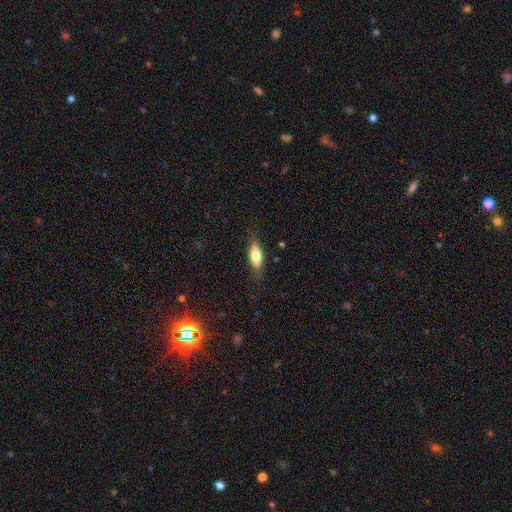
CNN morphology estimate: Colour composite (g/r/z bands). It shows a smooth galaxy with no disk features (61%) that is in between round and cigar-shaped (62%). Merging: none (79%).